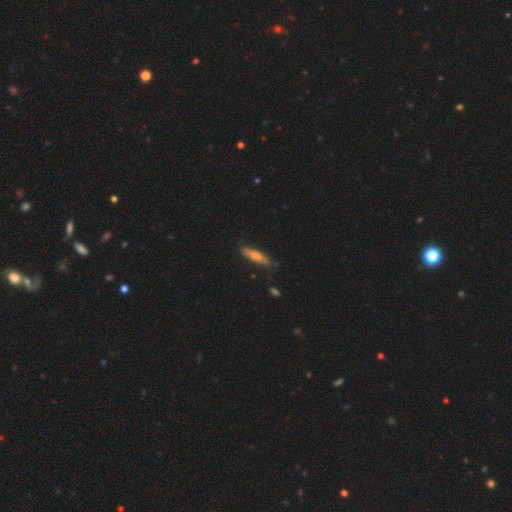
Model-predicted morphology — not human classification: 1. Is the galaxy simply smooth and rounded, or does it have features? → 49% smooth, 42% featured or disk, 8% star or artifact.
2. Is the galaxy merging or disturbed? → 83% none, 13% minor disturbance, 2% major disturbance, 2% merger.